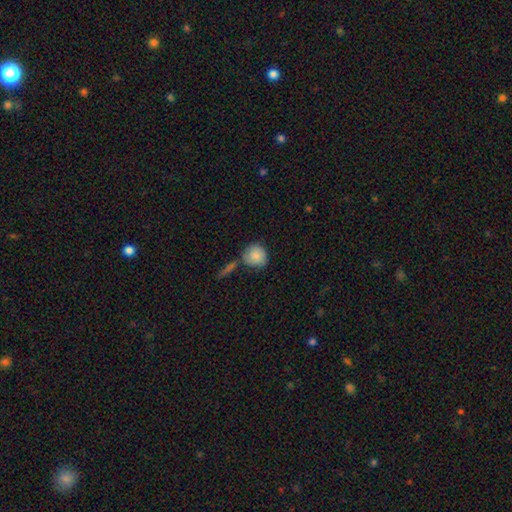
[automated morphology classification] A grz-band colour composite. It shows a smooth galaxy with no disk features (81%) that is round (85%). Merging: none (60%).